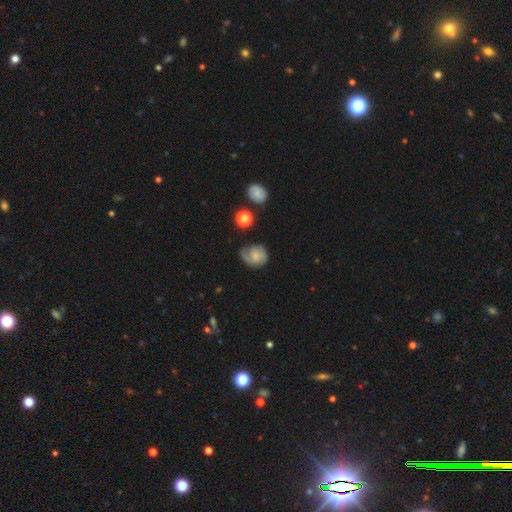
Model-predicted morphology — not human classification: Smooth or featured: smooth — 46% (tied with featured or disk — 46%)
Merging: none — 51% (minor disturbance — 30%)